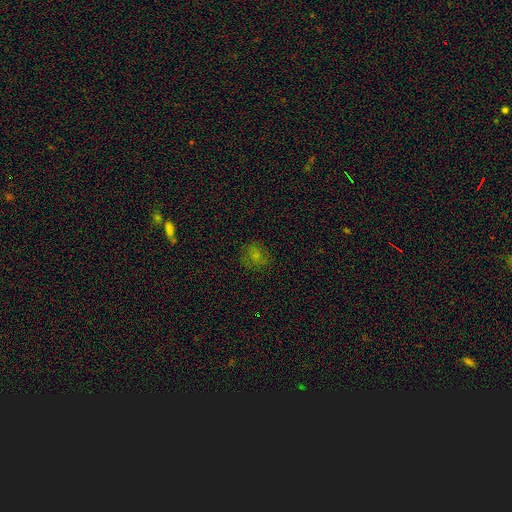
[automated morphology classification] smooth-or-featured: smooth: 57% | star or artifact: 22% | featured or disk: 22%
  how-rounded: round: 68% | in between: 30% | cigar-shaped: 1%
  merging: none: 70% | minor disturbance: 19% | major disturbance: 10% | merger: 2%